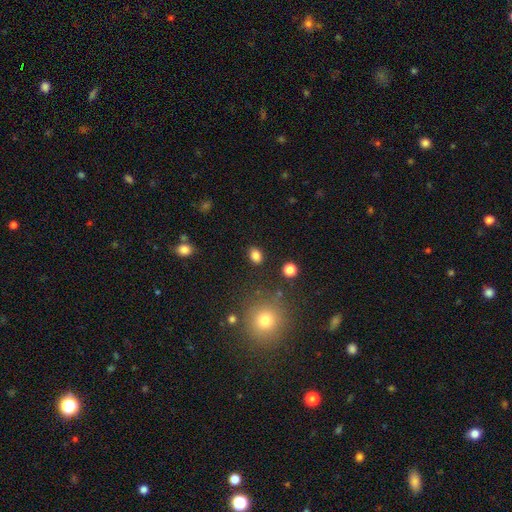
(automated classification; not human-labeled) The model was most divided on "how rounded": in between: 68%, round: 30%, cigar-shaped: 1%. More confident: merging — none (86%); smooth or featured — smooth (83%).